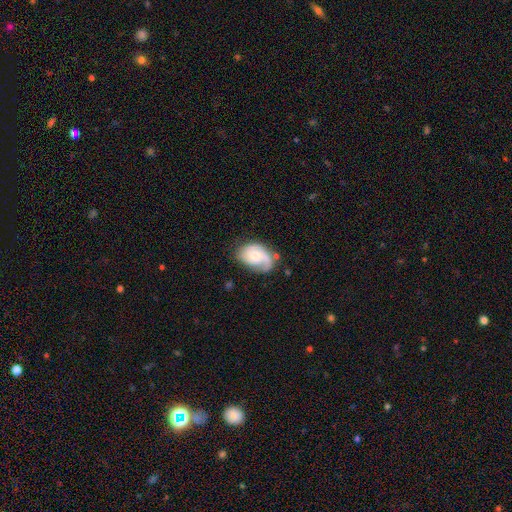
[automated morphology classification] Smooth or featured: featured or disk — 69% (smooth — 25%)
Edge-on disk: no — 97% (yes — 3%)
Bar: no — 71% (weak — 25%)
Spiral arms: yes — 91% (no — 9%)
Spiral winding: medium — 39% (tight — 37%)
Spiral arm count: 1 — 48% (2 — 34%)
Bulge size: moderate — 54% (small — 38%)
Merging: none — 57% (minor disturbance — 26%)